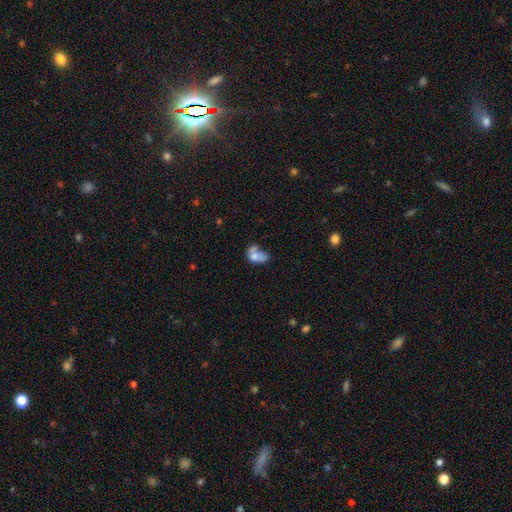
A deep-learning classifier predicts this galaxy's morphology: Overall: smooth (64%; featured or disk 25%). How rounded: in between (76%). Merging: merger (48%; none 20%).